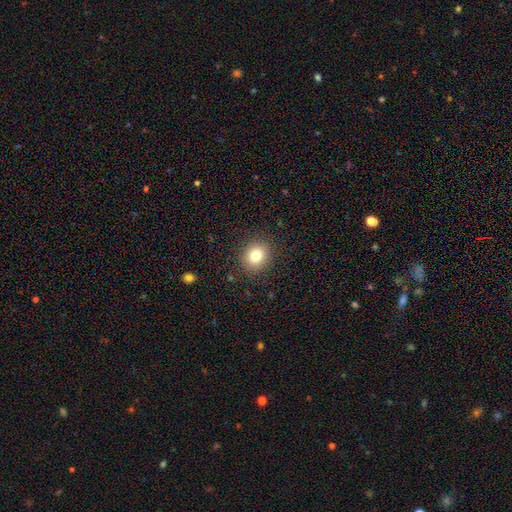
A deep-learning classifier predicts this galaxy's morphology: This appears to be a smooth galaxy with no disk features (79%) that is round (77%). Merging: none (88%).